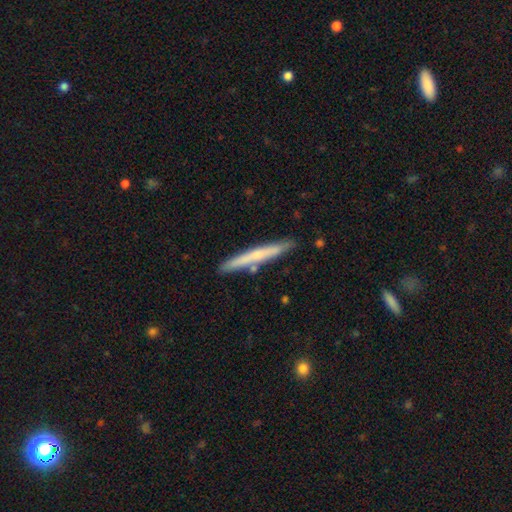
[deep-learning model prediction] Smooth or featured? Predicted: smooth (p=0.50). How rounded? Predicted: cigar-shaped (p=0.96). Merging? Predicted: none (p=0.84).